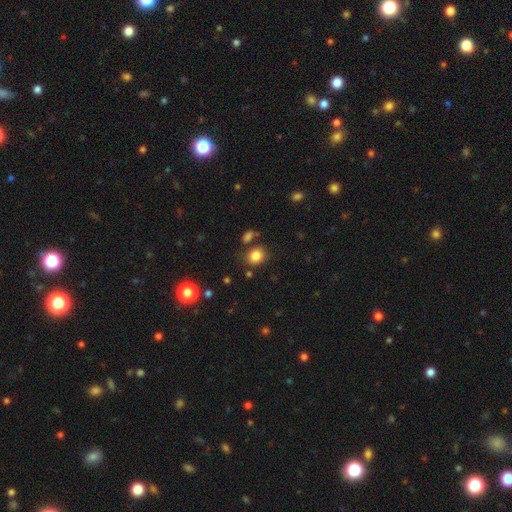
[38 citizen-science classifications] A smooth galaxy with no disk features (92%) that is round (60%).

Vote fractions:
- Smooth or featured? smooth: 92% / star or artifact: 5% / featured or disk: 3%
- How rounded? round: 60% / in between: 40% / cigar-shaped: 0%
- Merging? none: 81% / minor disturbance: 11% / major disturbance: 6% / merger: 3%